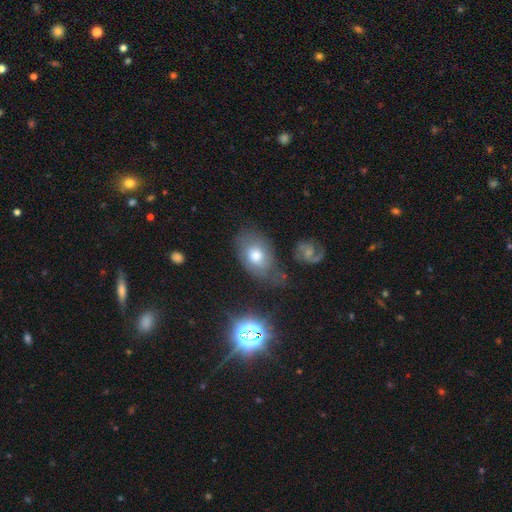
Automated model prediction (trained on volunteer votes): smooth_or_featured: smooth (p=0.60) [alt: featured or disk p=0.29]
how_rounded: in between (p=0.80) [alt: round p=0.18]
merging: none (p=0.55) [alt: minor disturbance p=0.25]